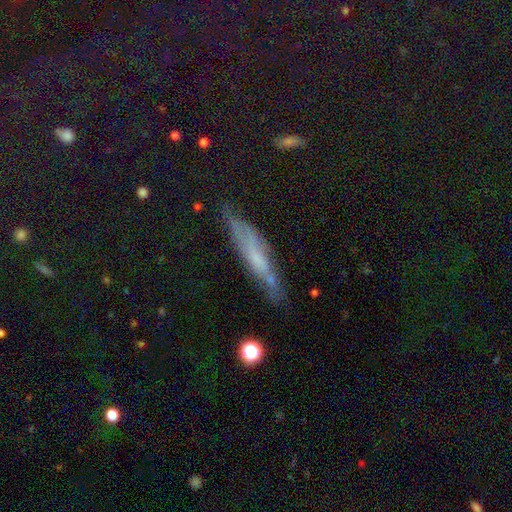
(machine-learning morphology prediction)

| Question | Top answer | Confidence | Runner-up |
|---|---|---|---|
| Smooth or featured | featured or disk | 47% | smooth (44%) |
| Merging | none | 57% | minor disturbance (28%) |